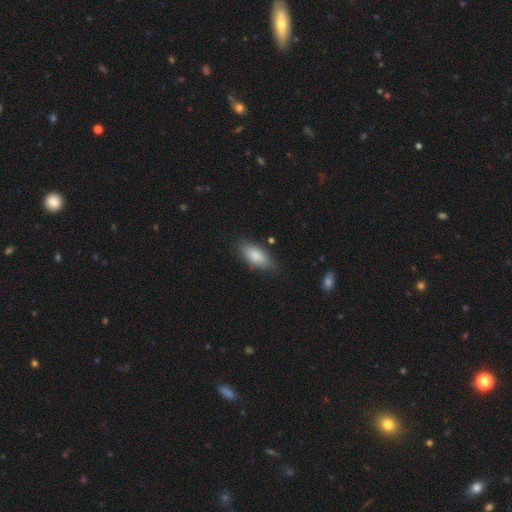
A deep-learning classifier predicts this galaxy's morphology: Smooth or featured: smooth — 85% (featured or disk — 8%)
How rounded: in between — 84% (cigar-shaped — 14%)
Merging: none — 81% (minor disturbance — 14%)